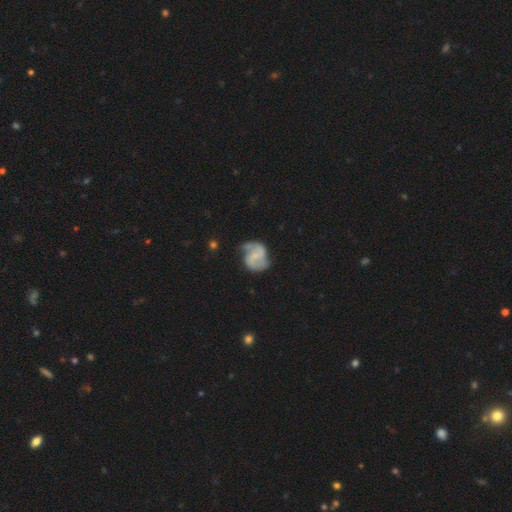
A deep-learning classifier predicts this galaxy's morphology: smooth_or_featured: featured or disk (p=0.71) [alt: smooth p=0.23]
disk_edge_on: no (p=0.98) [alt: yes p=0.02]
bar: no (p=0.46) [alt: weak p=0.41]
has_spiral_arms: yes (p=0.90) [alt: no p=0.10]
spiral_winding: medium (p=0.45) [alt: loose p=0.36]
spiral_arm_count: 2 (p=0.85) [alt: can't tell p=0.07]
bulge_size: small (p=0.54) [alt: none p=0.27]
merging: none (p=0.56) [alt: minor disturbance p=0.26]